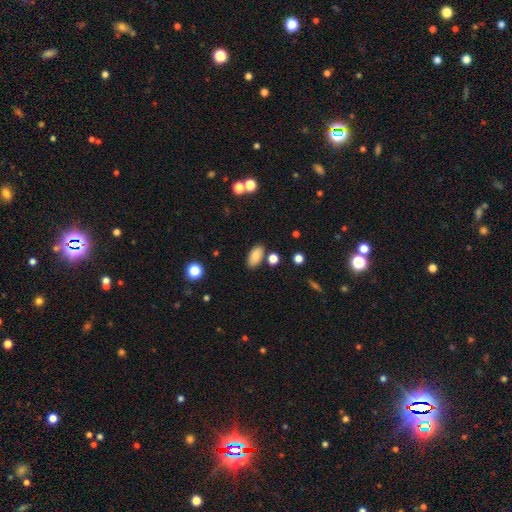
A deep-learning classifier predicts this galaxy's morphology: The model was most divided on "merging": none: 81%, minor disturbance: 11%, merger: 6%, major disturbance: 3%. More confident: how rounded — in between (92%); smooth or featured — smooth (83%).